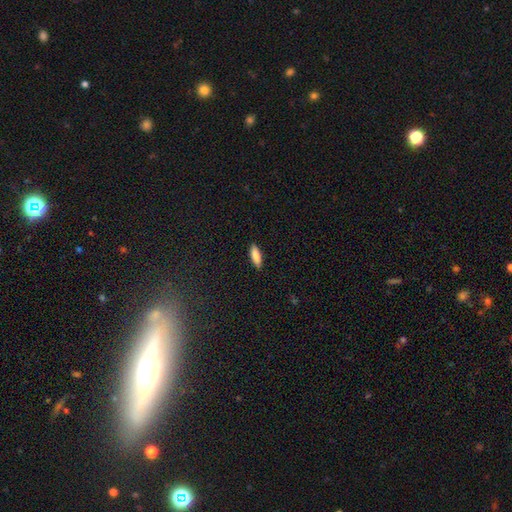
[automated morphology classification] smooth_or_featured: smooth (p=0.86) [alt: featured or disk p=0.08]
how_rounded: in between (p=0.54) [alt: cigar-shaped p=0.45]
merging: none (p=0.89) [alt: minor disturbance p=0.08]